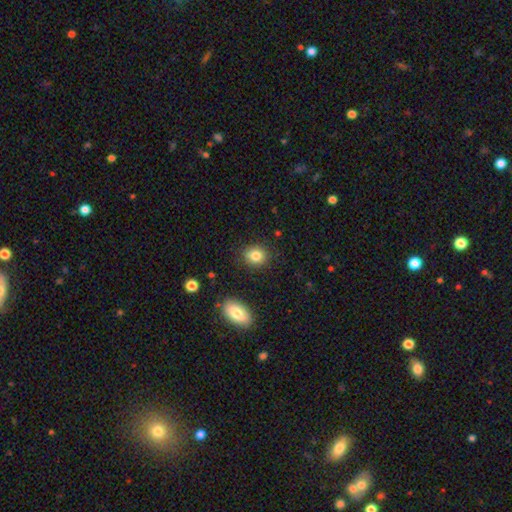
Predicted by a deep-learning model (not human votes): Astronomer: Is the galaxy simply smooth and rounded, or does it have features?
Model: smooth — 84%.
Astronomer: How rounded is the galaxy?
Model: round — 63%.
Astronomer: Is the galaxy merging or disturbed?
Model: none — 87%.